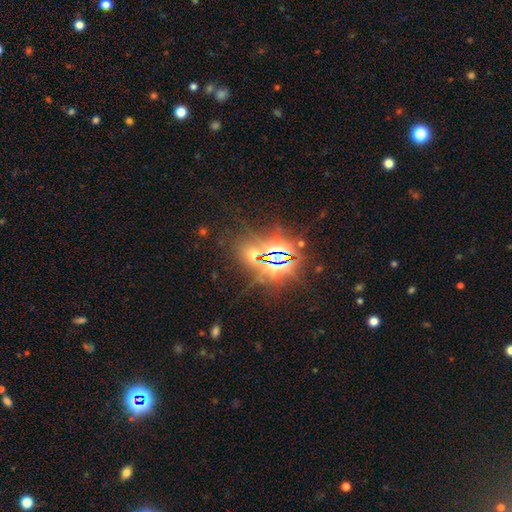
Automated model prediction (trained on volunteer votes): The model was most divided on "smooth or featured": star or artifact: 74%, smooth: 18%, featured or disk: 8%.